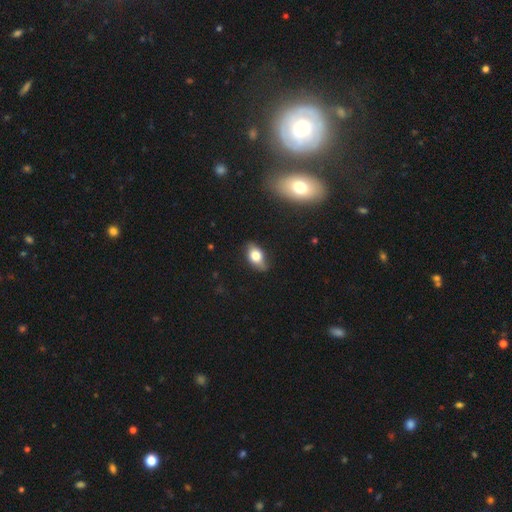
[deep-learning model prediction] Smooth or featured? Predicted: smooth (p=0.66). How rounded? Predicted: in between (p=0.85). Merging? Predicted: none (p=0.73).